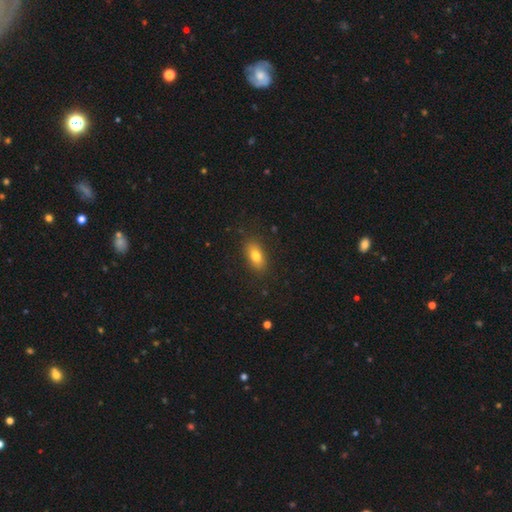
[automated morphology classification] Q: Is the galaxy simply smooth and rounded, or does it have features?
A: smooth — 79%.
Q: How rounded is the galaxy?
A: in between — 84%.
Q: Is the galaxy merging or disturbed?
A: none — 85%.